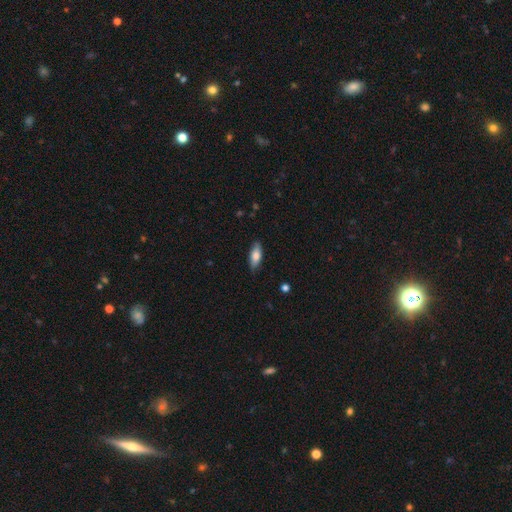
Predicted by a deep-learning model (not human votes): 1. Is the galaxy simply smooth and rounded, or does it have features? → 78% smooth, 16% featured or disk, 6% star or artifact.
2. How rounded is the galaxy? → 78% in between, 20% cigar-shaped, 2% round.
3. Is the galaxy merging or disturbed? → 84% none, 13% minor disturbance, 2% major disturbance, 1% merger.